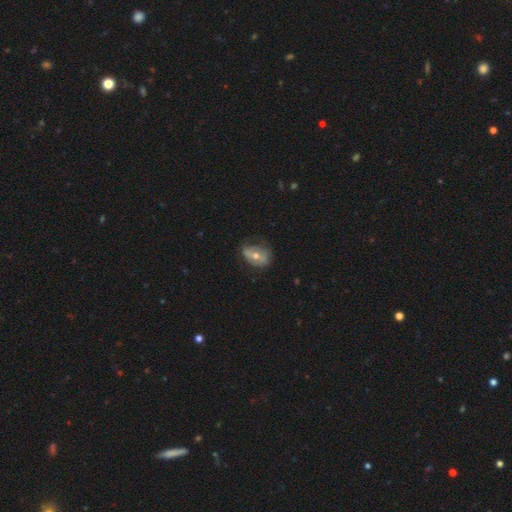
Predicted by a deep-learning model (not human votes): The model was most divided on "smooth or featured": featured or disk: 49%, smooth: 41%, star or artifact: 11%. More confident: merging — none (57%).